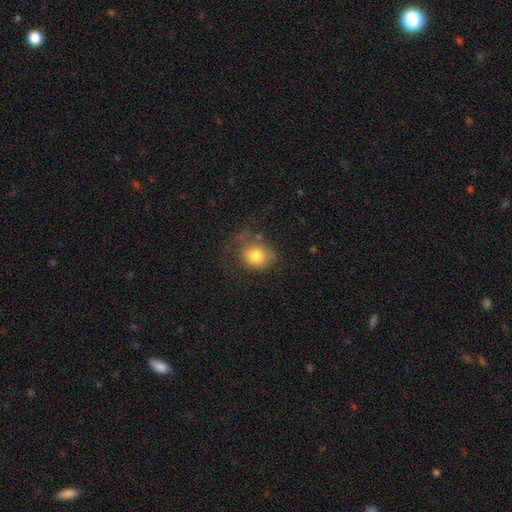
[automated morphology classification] Q: Smooth or featured?
A: smooth (78%); runner-up: featured or disk (12%)
Q: How rounded?
A: round (68%); runner-up: in between (31%)
Q: Merging?
A: none (50%); runner-up: minor disturbance (27%)